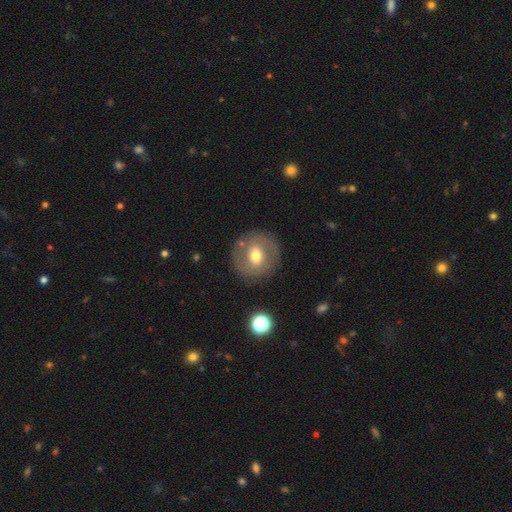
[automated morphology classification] Smooth or featured? smooth (52%)
How rounded? round (89%)
Merging? none (84%)